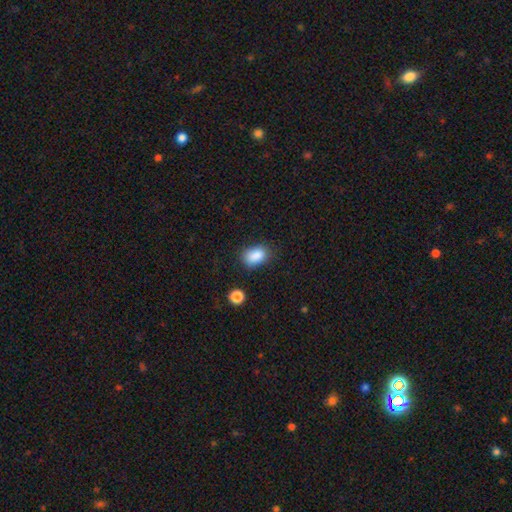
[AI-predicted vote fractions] A smooth galaxy with no disk features (87%) that is in between round and cigar-shaped (85%).

Vote fractions:
- Smooth or featured? smooth: 87% / star or artifact: 9% / featured or disk: 4%
- How rounded? in between: 85% / round: 13% / cigar-shaped: 1%
- Merging? none: 77% / minor disturbance: 16% / major disturbance: 4% / merger: 3%